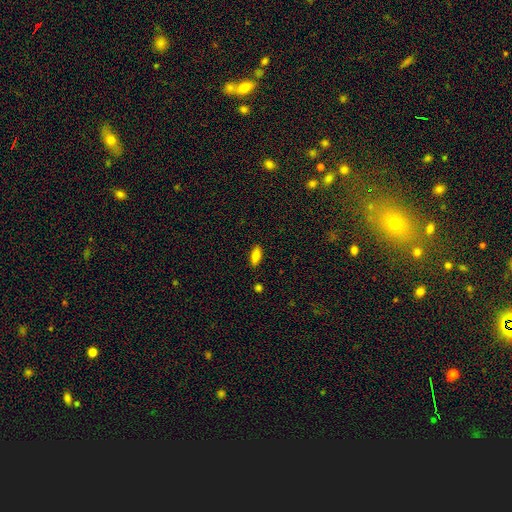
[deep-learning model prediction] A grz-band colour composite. It shows a smooth galaxy with no disk features (83%) that is in between round and cigar-shaped (78%). Merging: none (87%).